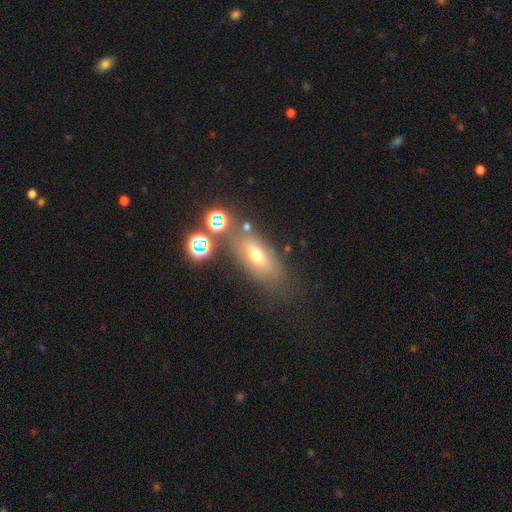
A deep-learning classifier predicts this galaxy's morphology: smooth_or_featured: smooth (p=0.60) [alt: featured or disk p=0.24]
how_rounded: in between (p=0.70) [alt: cigar-shaped p=0.20]
merging: none (p=0.67) [alt: minor disturbance p=0.15]